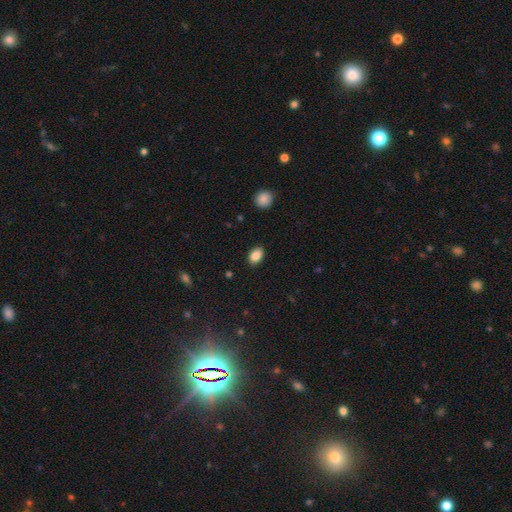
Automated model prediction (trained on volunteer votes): This appears to be a smooth galaxy with no disk features (87%) that is in between round and cigar-shaped (85%). Merging: none (87%).